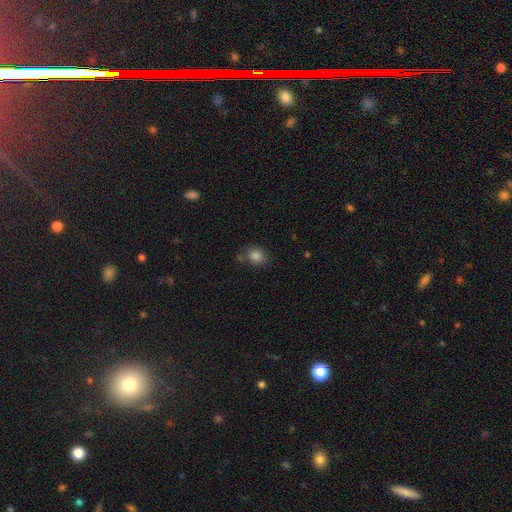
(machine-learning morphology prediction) Smooth or featured?
  - smooth: 84% *
  - star or artifact: 11%
  - featured or disk: 5%
How rounded?
  - round: 72% *
  - in between: 27%
  - cigar-shaped: 1%
Merging?
  - none: 72% *
  - minor disturbance: 15%
  - merger: 8%
  - major disturbance: 5%